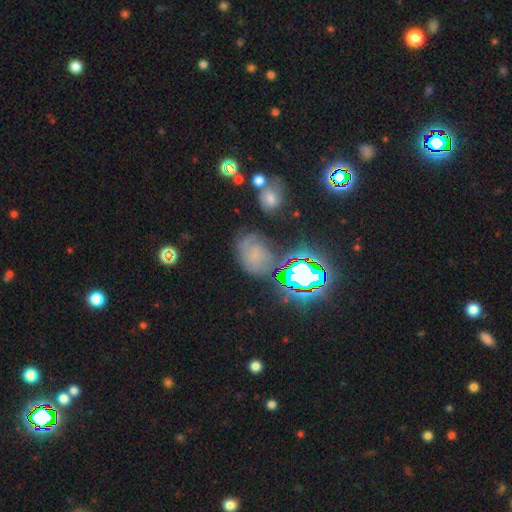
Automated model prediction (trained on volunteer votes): star or artifact 41%, featured or disk 31%, smooth 27%.